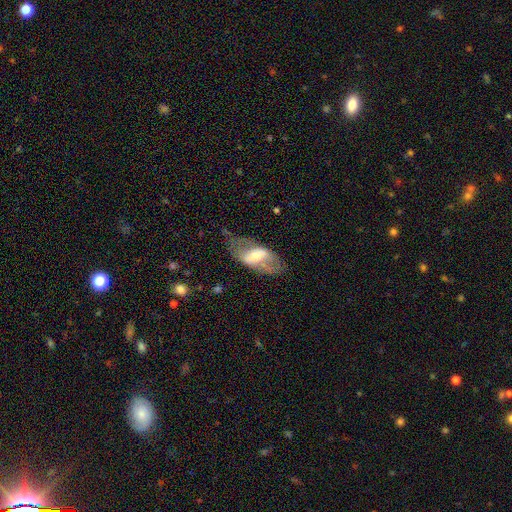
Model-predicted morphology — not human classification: This appears to be a featured or disk galaxy (58%). Merging: none (51%).